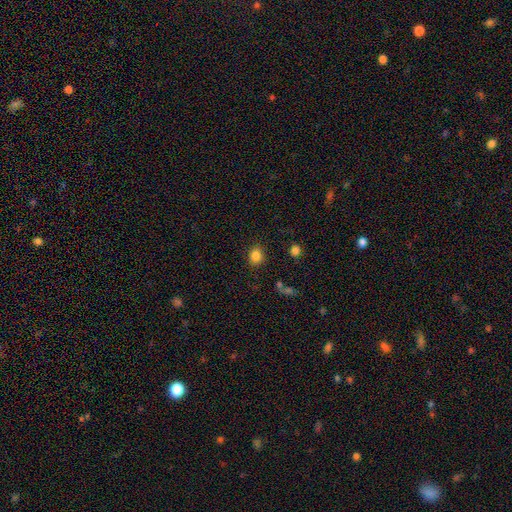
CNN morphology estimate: smooth_or_featured: smooth (p=0.84) [alt: star or artifact p=0.11]
how_rounded: round (p=0.53) [alt: in between p=0.46]
merging: none (p=0.85) [alt: minor disturbance p=0.10]